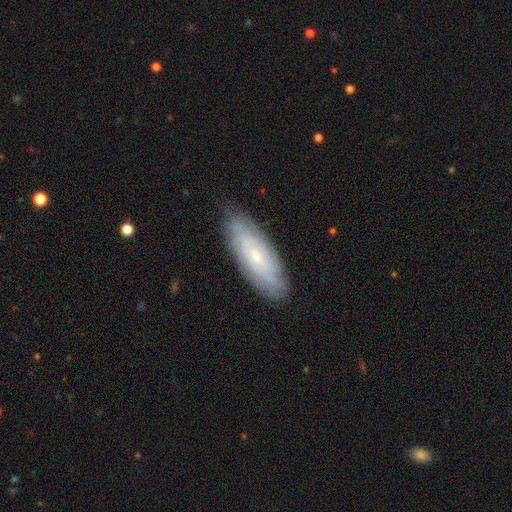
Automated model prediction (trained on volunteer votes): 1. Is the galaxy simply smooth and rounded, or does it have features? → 60% featured or disk, 33% smooth, 7% star or artifact.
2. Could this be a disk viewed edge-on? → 80% no, 20% yes.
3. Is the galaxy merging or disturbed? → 82% none, 14% minor disturbance, 3% major disturbance, 1% merger.